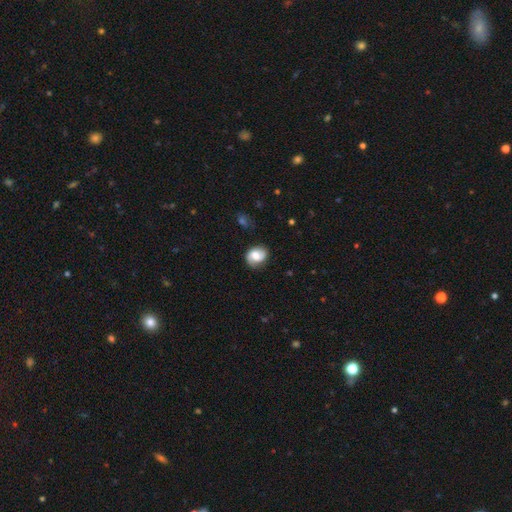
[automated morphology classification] Q: Smooth or featured?
A: featured or disk (54%); runner-up: smooth (38%)
Q: Edge-on disk?
A: no (97%); runner-up: yes (3%)
Q: Bar?
A: no (50%); runner-up: weak (39%)
Q: Spiral arms?
A: yes (89%); runner-up: no (11%)
Q: Bulge size?
A: moderate (52%); runner-up: large (25%)
Q: Merging?
A: none (75%); runner-up: minor disturbance (18%)